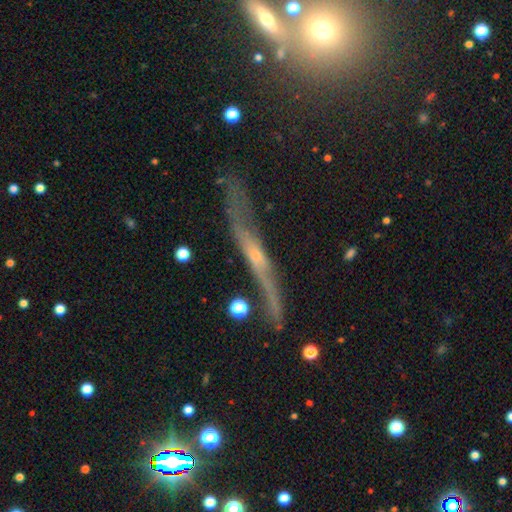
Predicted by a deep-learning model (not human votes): Smooth or featured? Predicted: featured or disk (p=0.68). Edge-on disk? Predicted: yes (p=0.81). Edge-on bulge? Predicted: rounded (p=0.48). Merging? Predicted: none (p=0.63).